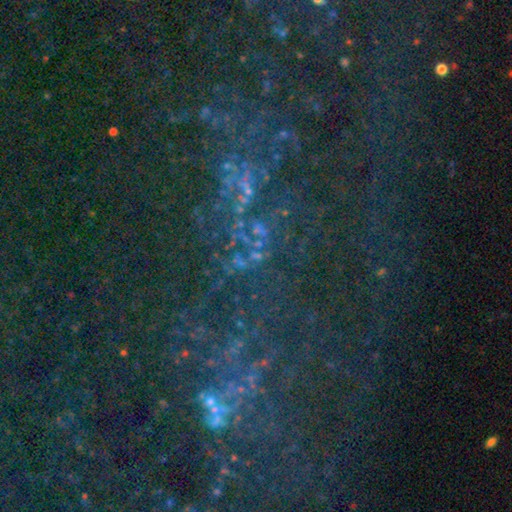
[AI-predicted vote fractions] This is likely a star or artifact rather than a galaxy (76%).